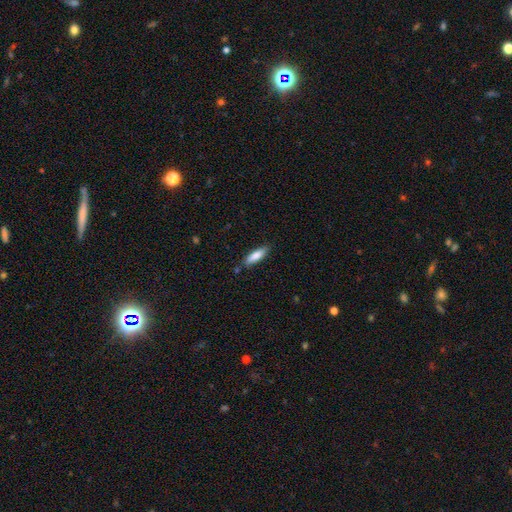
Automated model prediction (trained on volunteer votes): Smooth or featured?
  - smooth: 81% *
  - featured or disk: 13%
  - star or artifact: 6%
How rounded?
  - cigar-shaped: 55% *
  - in between: 44%
  - round: 2%
Merging?
  - none: 82% *
  - minor disturbance: 13%
  - major disturbance: 2%
  - merger: 2%